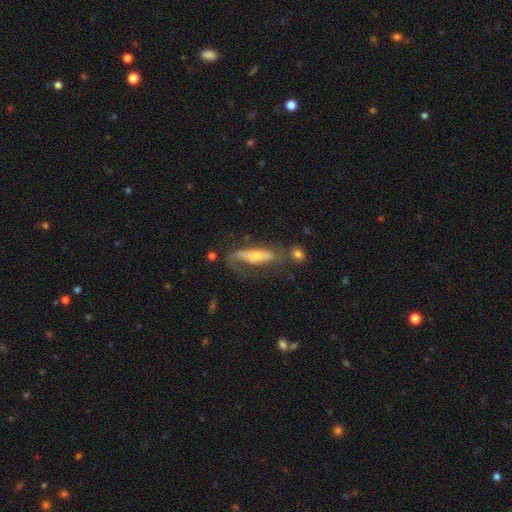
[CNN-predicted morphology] smooth-or-featured: featured or disk: 58% | smooth: 34% | star or artifact: 8%
  disk-edge-on: no: 53% | yes: 47%
  merging: none: 46% | minor disturbance: 24% | major disturbance: 23% | merger: 7%